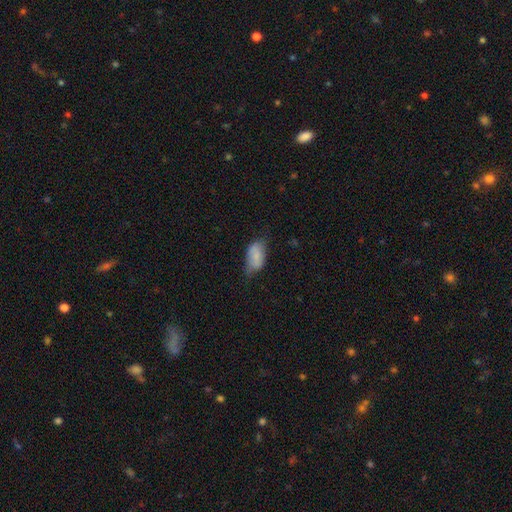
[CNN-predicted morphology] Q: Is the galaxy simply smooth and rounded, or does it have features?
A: smooth — 76%.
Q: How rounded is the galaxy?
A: in between — 93%.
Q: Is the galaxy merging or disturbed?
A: none — 50%.